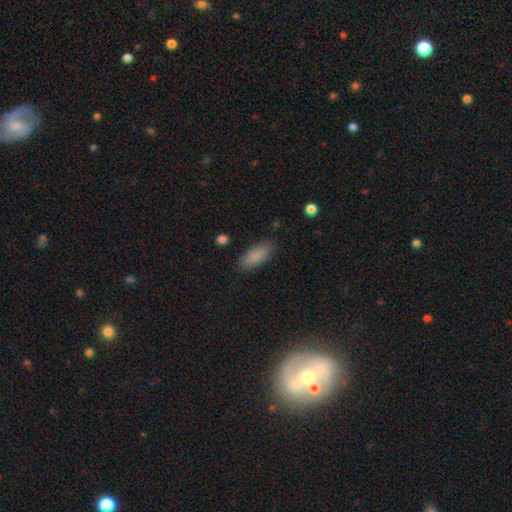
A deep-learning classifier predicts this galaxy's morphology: smooth-or-featured: smooth: 87% | star or artifact: 7% | featured or disk: 6%
  how-rounded: in between: 77% | cigar-shaped: 21% | round: 2%
  merging: none: 84% | minor disturbance: 12% | major disturbance: 3% | merger: 1%